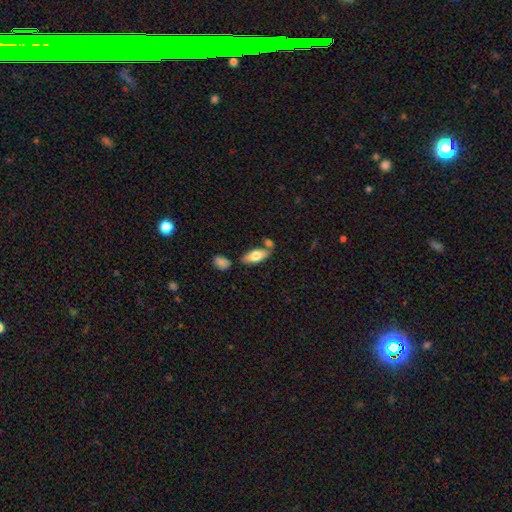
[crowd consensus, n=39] This appears to be a smooth galaxy with no disk features (56%) that is in between round and cigar-shaped (82%). Merging: none (65%).